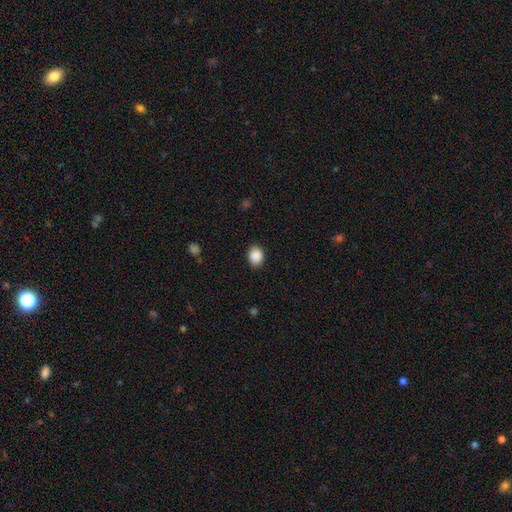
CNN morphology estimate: smooth 89%, star or artifact 8%, featured or disk 3%. Down the decision tree: how rounded — in between (57%); merging — none (87%).